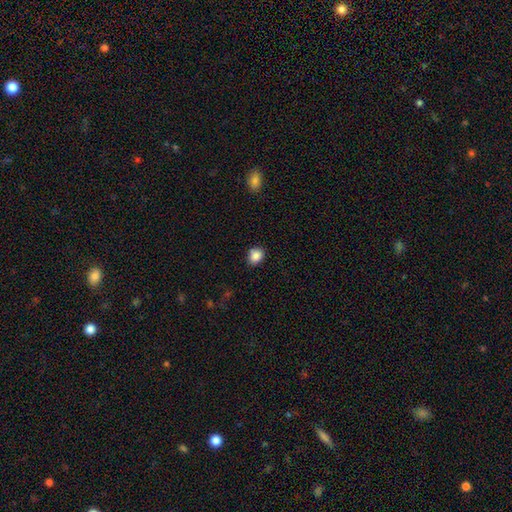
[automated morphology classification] Smooth or featured? smooth (86%)
How rounded? round (60%)
Merging? none (79%)